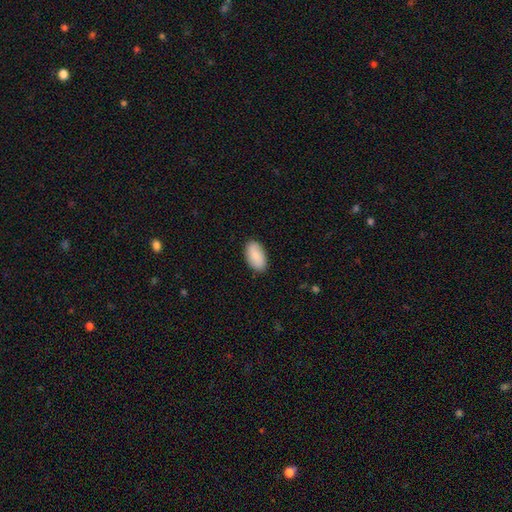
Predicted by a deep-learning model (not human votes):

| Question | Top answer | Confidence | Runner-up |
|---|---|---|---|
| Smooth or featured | smooth | 85% | featured or disk (9%) |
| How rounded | in between | 95% | round (3%) |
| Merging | none | 87% | minor disturbance (10%) |